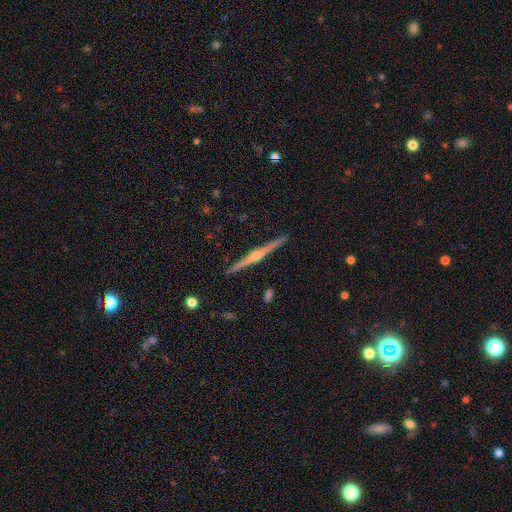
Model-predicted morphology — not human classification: Smooth or featured? Predicted: featured or disk (p=0.86). Edge-on disk? Predicted: yes (p=0.99). Edge-on bulge? Predicted: rounded (p=0.86). Merging? Predicted: none (p=0.93).